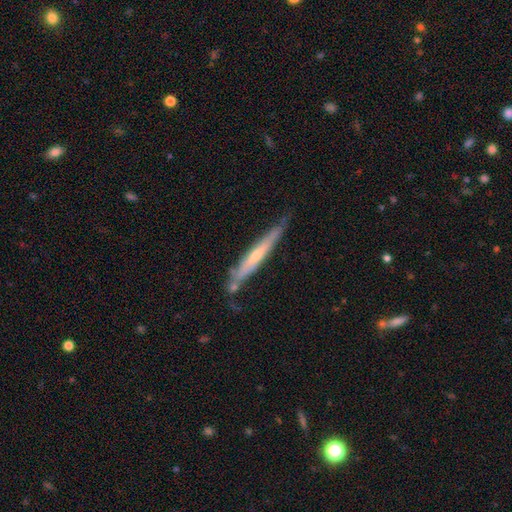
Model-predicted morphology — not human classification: Smooth or featured: featured or disk — 59% (smooth — 35%)
Edge-on disk: yes — 90% (no — 10%)
Edge-on bulge: rounded — 47% (tied with none — 47%)
Merging: none — 67% (minor disturbance — 22%)